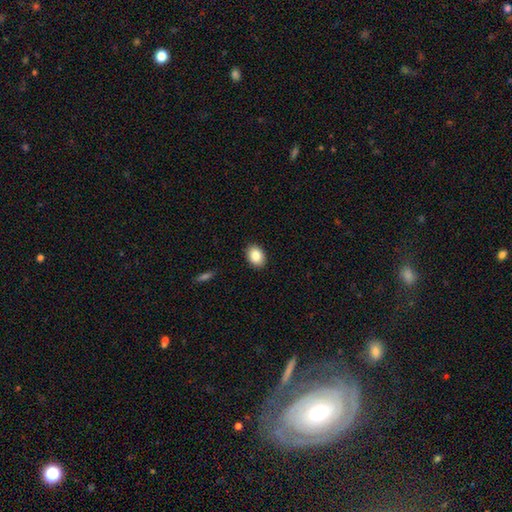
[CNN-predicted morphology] This is clearly a smooth galaxy (86%). How rounded: likely in between (72%). Merging: clearly none (90%).